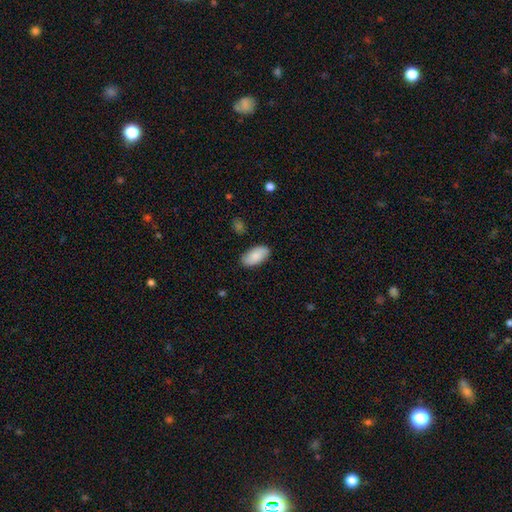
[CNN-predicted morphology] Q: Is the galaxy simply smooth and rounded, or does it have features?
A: smooth — 84%.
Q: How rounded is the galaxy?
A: in between — 94%.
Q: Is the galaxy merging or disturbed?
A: none — 85%.